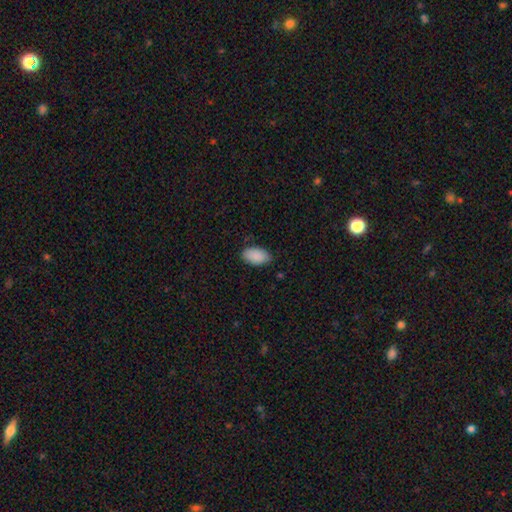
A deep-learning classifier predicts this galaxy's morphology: smooth-or-featured: smooth: 90% | star or artifact: 6% | featured or disk: 4%
  how-rounded: in between: 95% | round: 3% | cigar-shaped: 2%
  merging: none: 84% | minor disturbance: 13% | major disturbance: 2% | merger: 1%